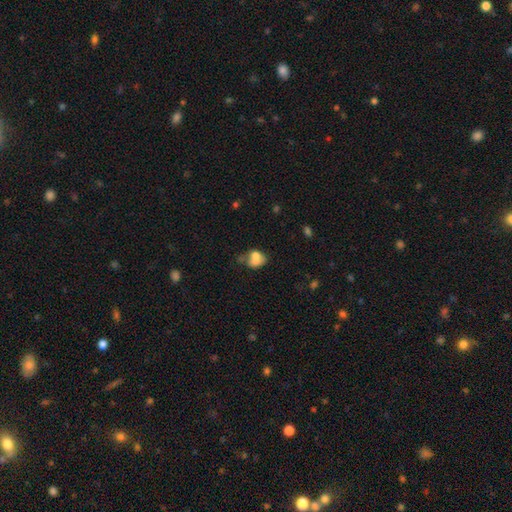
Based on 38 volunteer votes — Smooth or featured?
  - smooth: 76% *
  - featured or disk: 16%
  - star or artifact: 8%
How rounded?
  - in between: 59% *
  - round: 41%
  - cigar-shaped: 0%
Merging?
  - merger: 40% *
  - none: 29%
  - minor disturbance: 17%
  - major disturbance: 14%